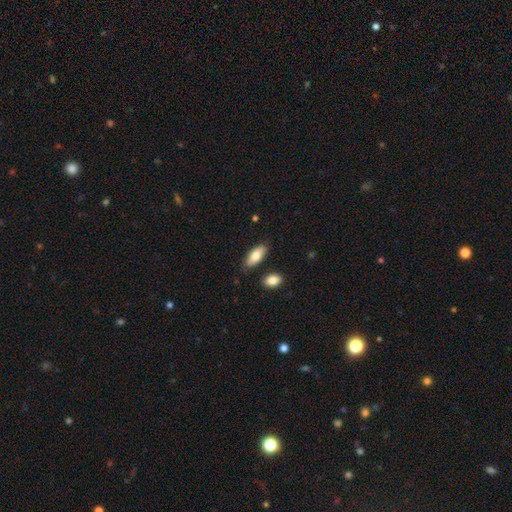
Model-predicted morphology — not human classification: Smooth or featured? smooth (81%)
How rounded? in between (82%)
Merging? none (79%)